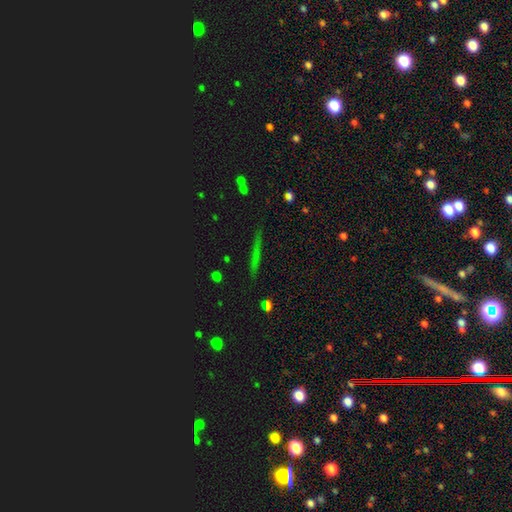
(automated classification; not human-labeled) Smooth or featured? Predicted: smooth (p=0.42). Merging? Predicted: none (p=0.87).